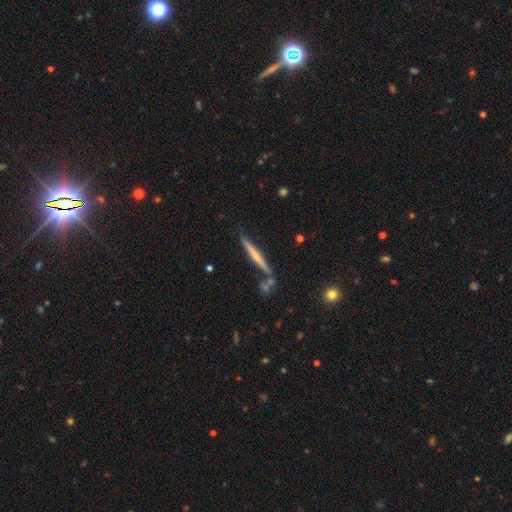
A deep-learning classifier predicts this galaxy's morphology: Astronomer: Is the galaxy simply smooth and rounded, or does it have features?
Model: featured or disk — 56% (runner-up: smooth, 38%).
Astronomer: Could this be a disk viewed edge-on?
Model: yes — 97%.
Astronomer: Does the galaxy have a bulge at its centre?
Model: rounded — 47% (runner-up: none, 45%).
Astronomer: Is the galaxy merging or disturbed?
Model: none — 74%.